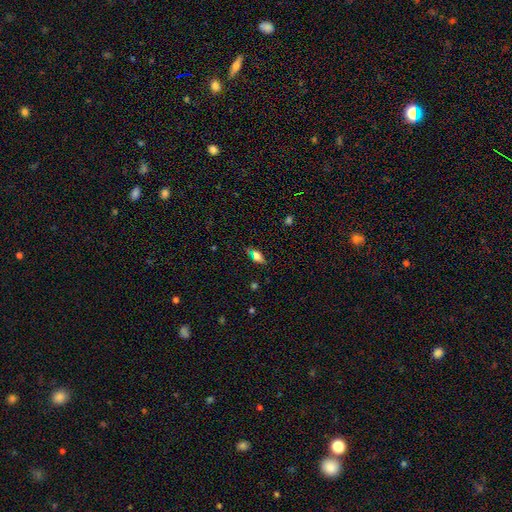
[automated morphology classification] smooth 69%, star or artifact 16%, featured or disk 15%. Down the decision tree: how rounded — in between (82%); merging — none (77%).